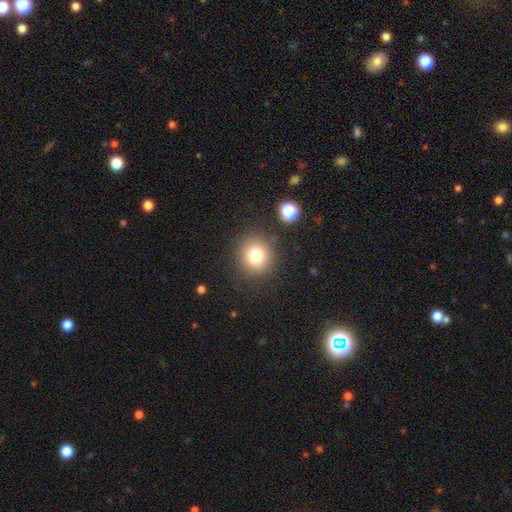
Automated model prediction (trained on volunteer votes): This appears to be a smooth galaxy with no disk features (78%) that is round (87%). Merging: none (85%).